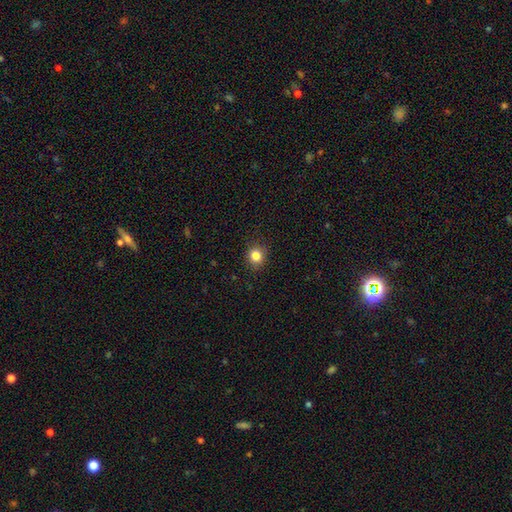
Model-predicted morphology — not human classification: Smooth or featured: smooth — 84% (star or artifact — 11%)
How rounded: round — 82% (in between — 17%)
Merging: none — 88% (minor disturbance — 9%)